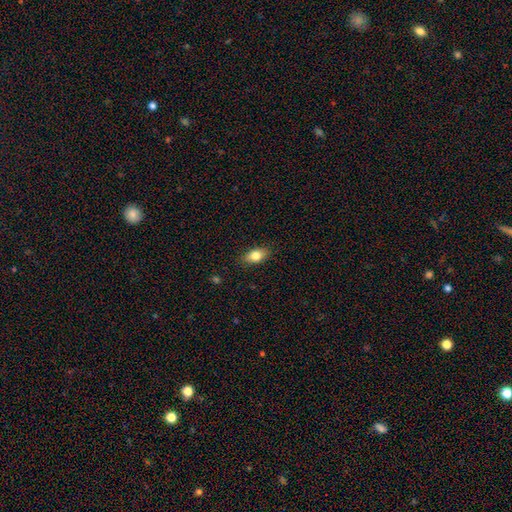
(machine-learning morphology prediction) Q: Smooth or featured?
A: smooth (81%); runner-up: featured or disk (11%)
Q: How rounded?
A: in between (86%); runner-up: round (7%)
Q: Merging?
A: none (86%); runner-up: minor disturbance (10%)